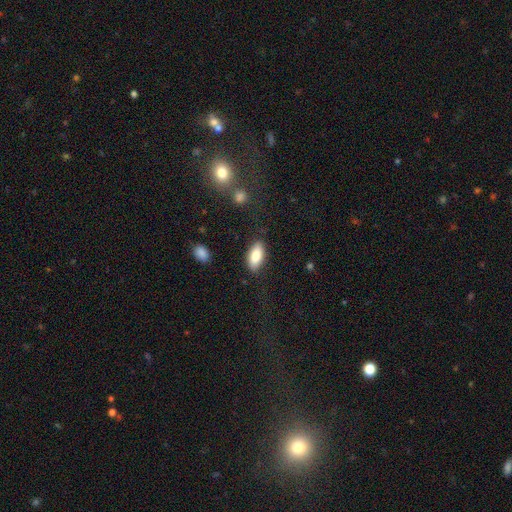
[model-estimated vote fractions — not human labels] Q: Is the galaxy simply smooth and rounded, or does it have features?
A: smooth — 83%.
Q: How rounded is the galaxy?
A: in between — 85%.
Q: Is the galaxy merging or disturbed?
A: none — 84%.